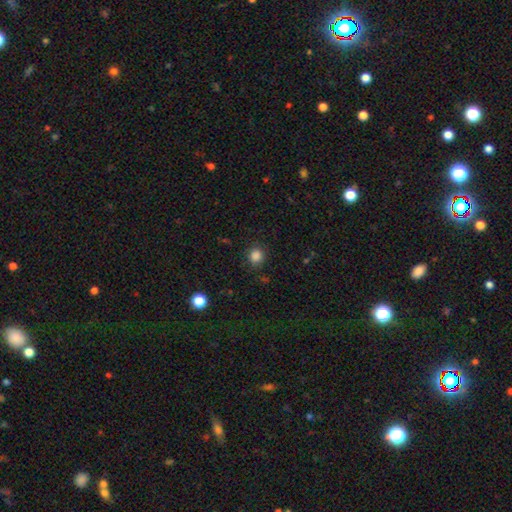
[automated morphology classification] type=smooth (85%); roundness=round (85%); merging=none (87%).